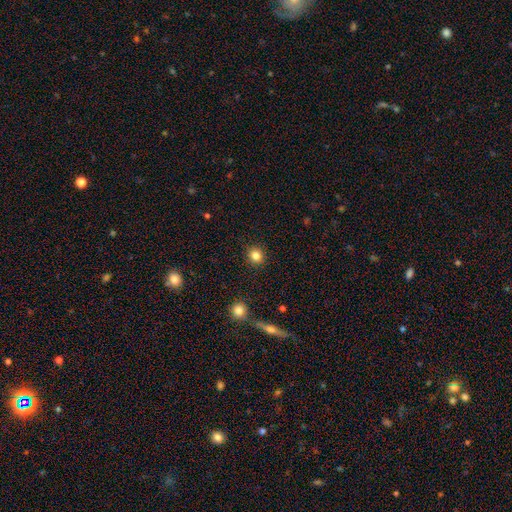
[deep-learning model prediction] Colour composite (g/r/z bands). It shows a smooth galaxy with no disk features (84%) that is round (87%). Merging: none (91%).